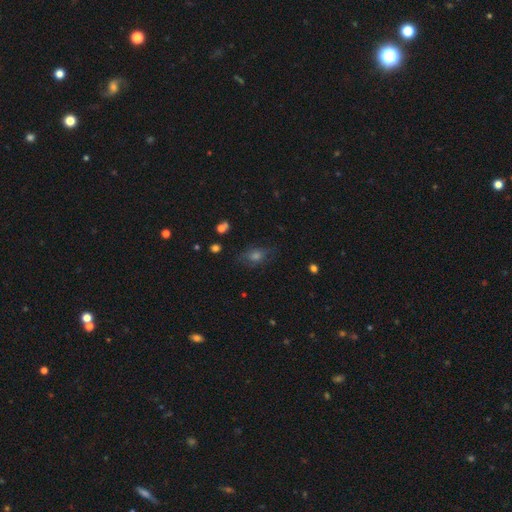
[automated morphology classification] Smooth or featured: smooth — 51% (star or artifact — 28%)
How rounded: in between — 64% (round — 32%)
Merging: none — 73% (minor disturbance — 18%)